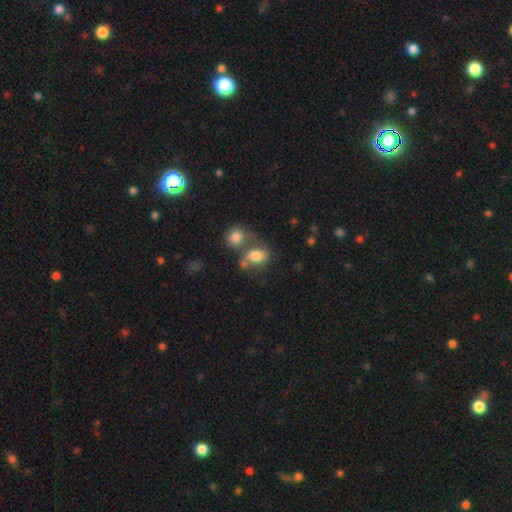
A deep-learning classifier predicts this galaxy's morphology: Q: Smooth or featured?
A: smooth (74%); runner-up: featured or disk (16%)
Q: How rounded?
A: in between (74%); runner-up: round (24%)
Q: Merging?
A: merger (45%); runner-up: none (32%)